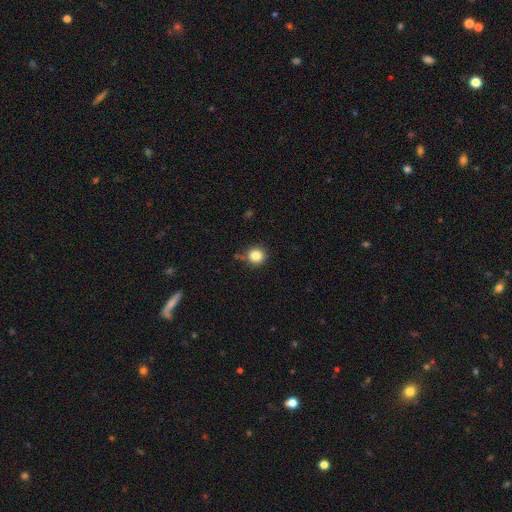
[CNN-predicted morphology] Overall: smooth (84%). How rounded: round (93%). Merging: none (75%).